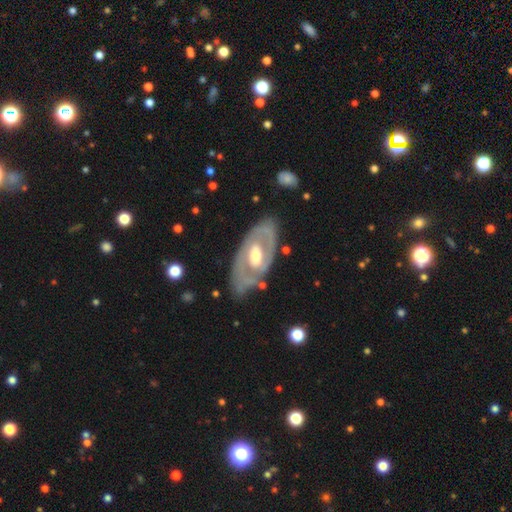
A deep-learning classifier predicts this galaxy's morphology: This appears to be a featured or disk galaxy (76%) with no bar (46%), spiral arms (56%) and a moderate central bulge (66%). Merging: none (71%).